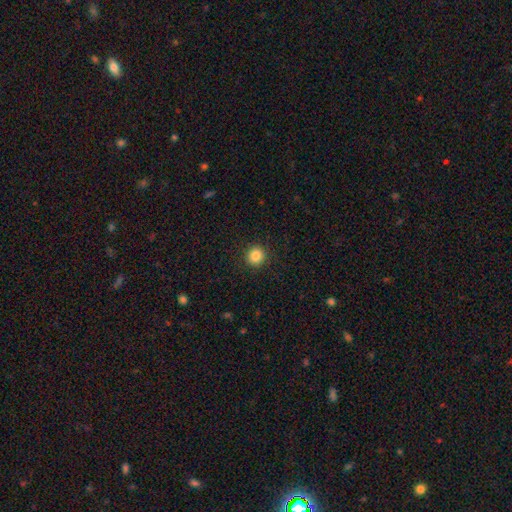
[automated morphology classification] This appears to be a smooth galaxy with no disk features (86%) that is round (93%). Merging: none (91%).